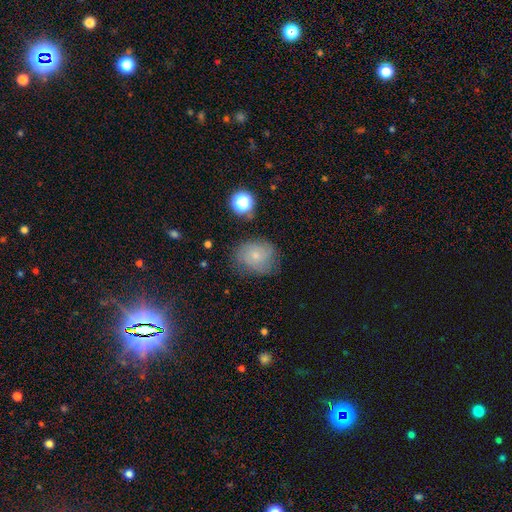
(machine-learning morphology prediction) smooth-or-featured: smooth: 45% | featured or disk: 42% | star or artifact: 12%
  merging: none: 68% | minor disturbance: 22% | major disturbance: 8% | merger: 2%